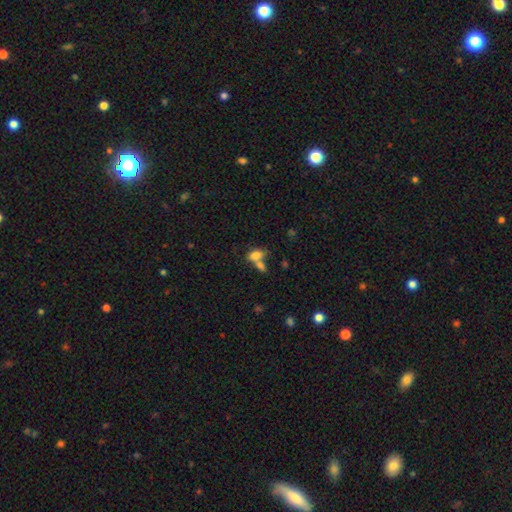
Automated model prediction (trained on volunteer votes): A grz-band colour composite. It shows a smooth galaxy with no disk features (79%) that is in between round and cigar-shaped (87%). Merging: merger (50%).